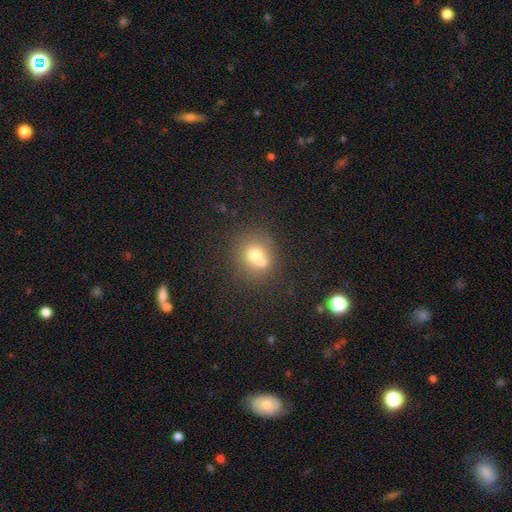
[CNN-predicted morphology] type=smooth (66%); roundness=round (82%); merging=none (47%).